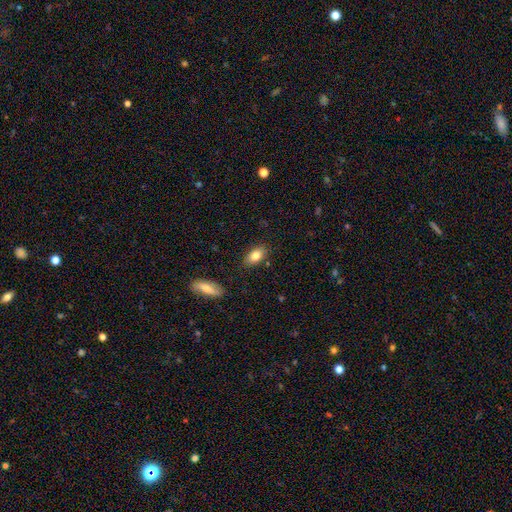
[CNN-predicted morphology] Q: Smooth or featured?
A: smooth (82%); runner-up: featured or disk (10%)
Q: How rounded?
A: in between (88%); runner-up: round (8%)
Q: Merging?
A: none (84%); runner-up: minor disturbance (12%)